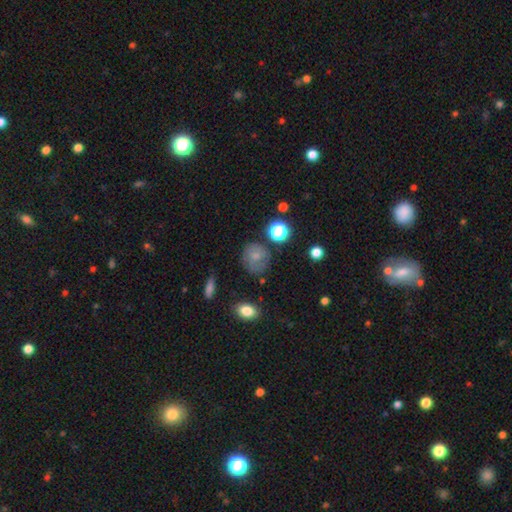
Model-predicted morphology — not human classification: Smooth or featured?
  - smooth: 63% *
  - featured or disk: 25%
  - star or artifact: 13%
How rounded?
  - round: 77% *
  - in between: 22%
  - cigar-shaped: 1%
Merging?
  - none: 64% *
  - minor disturbance: 23%
  - major disturbance: 10%
  - merger: 4%